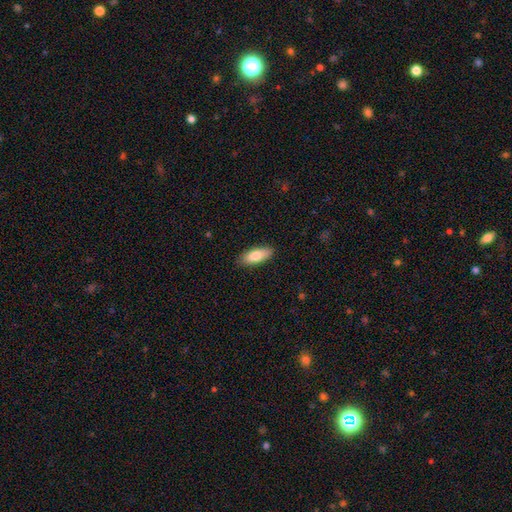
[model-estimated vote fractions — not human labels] This is clearly a smooth galaxy (81%). How rounded: likely in between (75%). Merging: clearly none (87%).